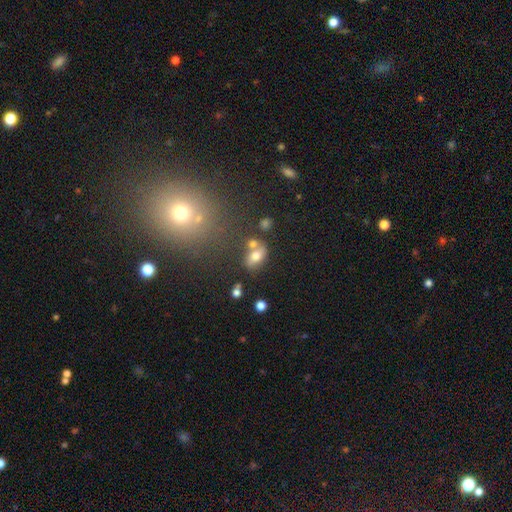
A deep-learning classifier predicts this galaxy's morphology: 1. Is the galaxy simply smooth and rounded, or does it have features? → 68% smooth, 19% featured or disk, 12% star or artifact.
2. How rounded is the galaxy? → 83% in between, 14% round, 3% cigar-shaped.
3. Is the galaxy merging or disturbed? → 51% none, 27% merger, 15% minor disturbance, 6% major disturbance.